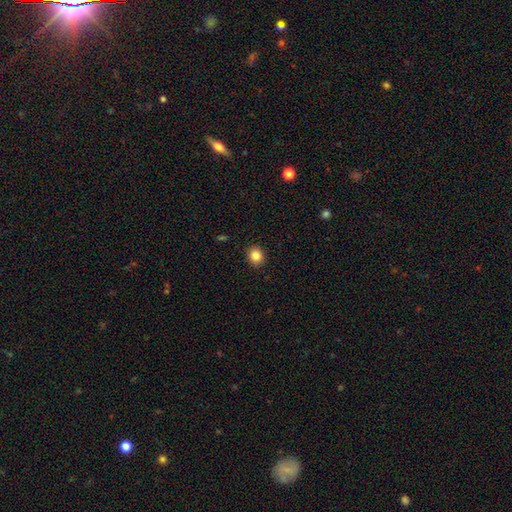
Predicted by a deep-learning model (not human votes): smooth-or-featured: smooth: 85% | star or artifact: 10% | featured or disk: 5%
  how-rounded: round: 71% | in between: 28% | cigar-shaped: 1%
  merging: none: 91% | minor disturbance: 6% | major disturbance: 2% | merger: 1%